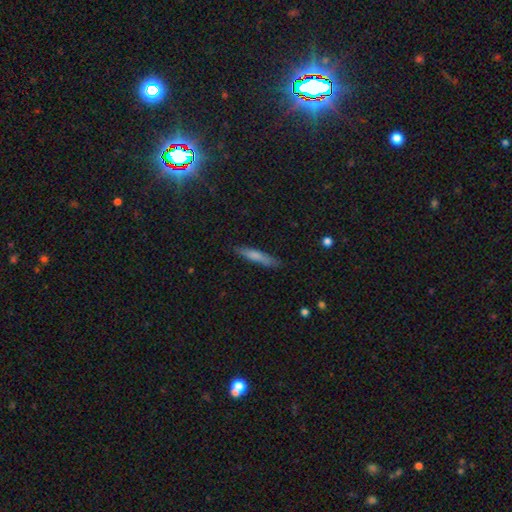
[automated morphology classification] Smooth or featured?
  - smooth: 71% *
  - featured or disk: 23%
  - star or artifact: 7%
How rounded?
  - cigar-shaped: 90% *
  - in between: 8%
  - round: 2%
Merging?
  - none: 82% *
  - minor disturbance: 14%
  - major disturbance: 3%
  - merger: 2%